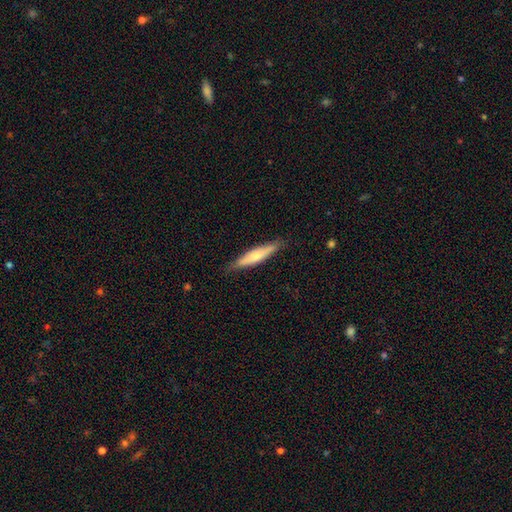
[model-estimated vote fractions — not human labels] smooth-or-featured: smooth: 55% | featured or disk: 40% | star or artifact: 5%
  how-rounded: cigar-shaped: 83% | in between: 15% | round: 2%
  merging: none: 84% | minor disturbance: 13% | major disturbance: 2% | merger: 1%